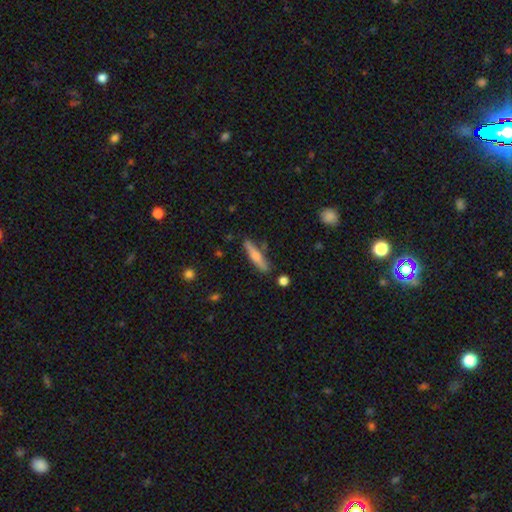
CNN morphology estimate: The model was most divided on "smooth or featured": smooth: 48%, featured or disk: 45%, star or artifact: 7%. More confident: merging — none (84%).